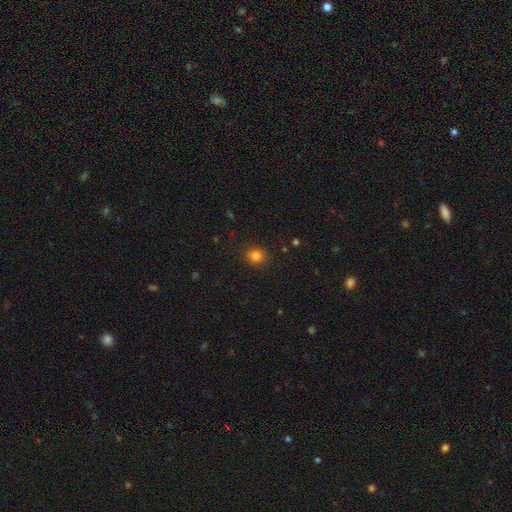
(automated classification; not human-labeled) Smooth or featured? smooth (82%)
How rounded? round (88%)
Merging? none (89%)